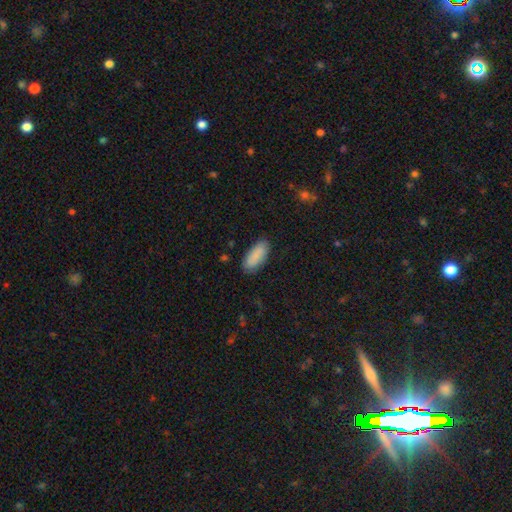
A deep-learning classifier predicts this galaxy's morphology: Smooth or featured: smooth — 89% (star or artifact — 6%)
How rounded: in between — 85% (cigar-shaped — 14%)
Merging: none — 83% (minor disturbance — 13%)